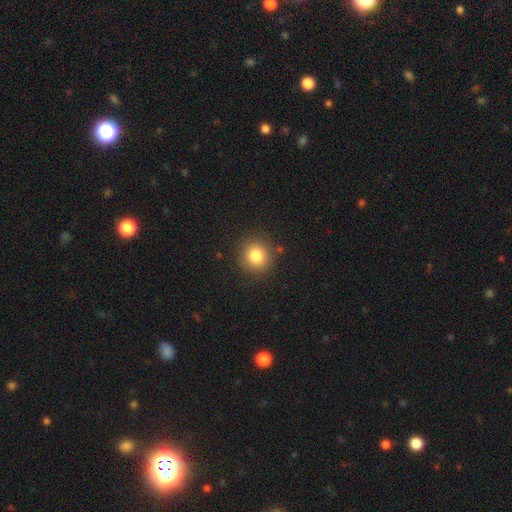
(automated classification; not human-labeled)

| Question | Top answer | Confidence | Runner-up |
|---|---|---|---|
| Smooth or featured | smooth | 82% | star or artifact (12%) |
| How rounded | round | 92% | in between (7%) |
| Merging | none | 89% | minor disturbance (7%) |